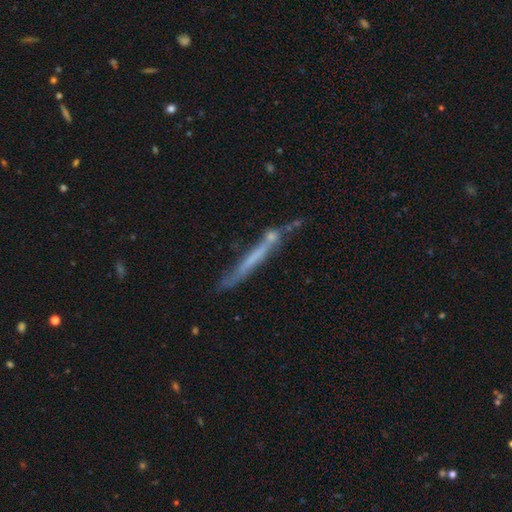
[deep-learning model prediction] A featured or disk galaxy (52%) viewed edge-on (85%). Merging: none (58%).